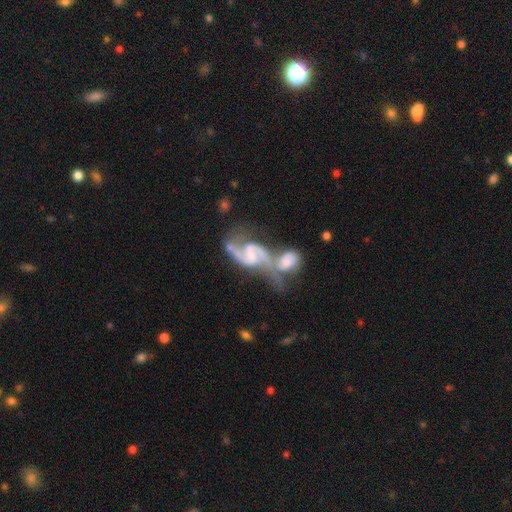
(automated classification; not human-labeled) The model was most divided on "bar": no: 42%, weak: 41%, strong: 17%. Remaining: edge-on disk — no (96%); spiral arms — yes (89%); spiral arm count — 2 (81%); smooth or featured — featured or disk (81%); merging — merger (66%); spiral winding — loose (50%); bulge size — small (44%).